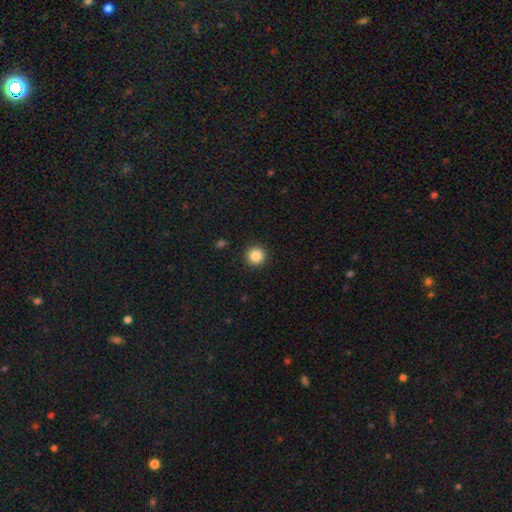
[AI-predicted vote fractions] The model was most divided on "smooth or featured": smooth: 86%, star or artifact: 10%, featured or disk: 4%. More confident: how rounded — round (95%); merging — none (92%).